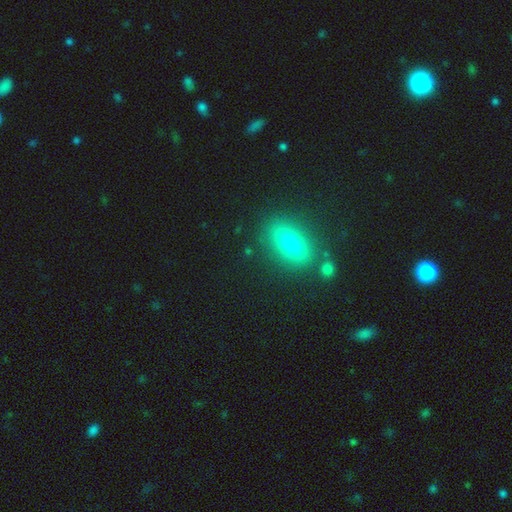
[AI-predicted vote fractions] smooth_or_featured: smooth (p=0.65) [alt: star or artifact p=0.20]
how_rounded: in between (p=0.78) [alt: cigar-shaped p=0.13]
merging: none (p=0.82) [alt: minor disturbance p=0.10]